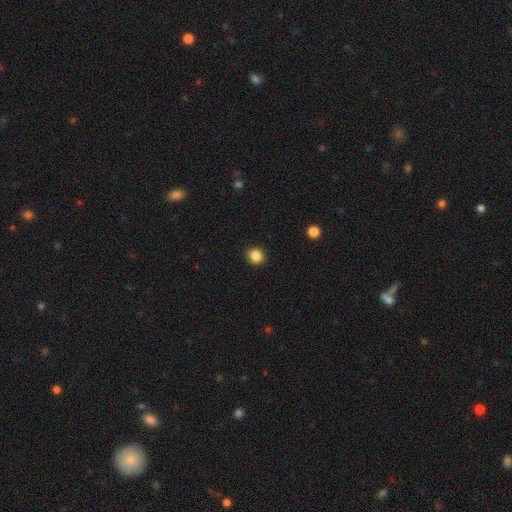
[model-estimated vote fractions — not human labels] The model was most divided on "how rounded": round: 88%, in between: 12%, cigar-shaped: 1%. More confident: merging — none (91%); smooth or featured — smooth (86%).